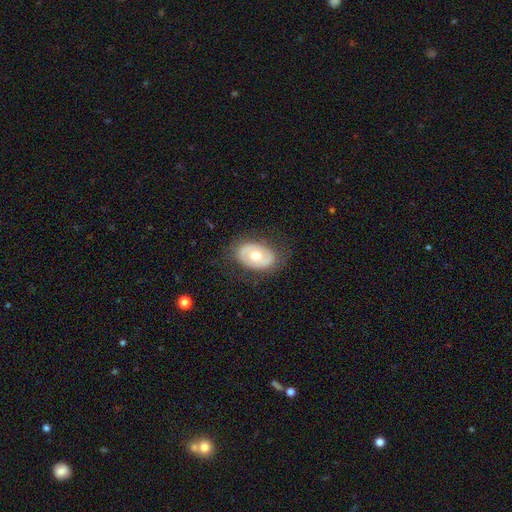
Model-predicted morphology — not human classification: The model was most divided on "smooth or featured": smooth: 48%, featured or disk: 46%, star or artifact: 6%. More confident: merging — none (78%).